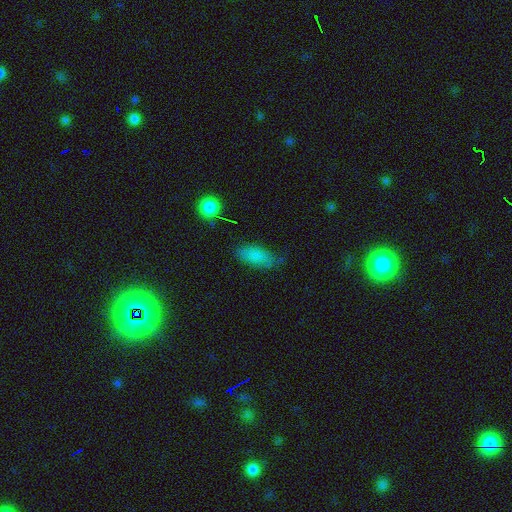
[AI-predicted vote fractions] Smooth or featured? Predicted: smooth (p=0.83). How rounded? Predicted: in between (p=0.86). Merging? Predicted: none (p=0.69).